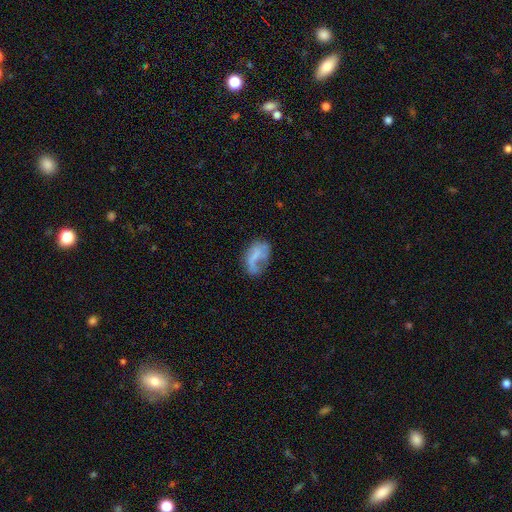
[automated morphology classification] type=smooth (45%, tied with featured or disk); merging=none (38%).